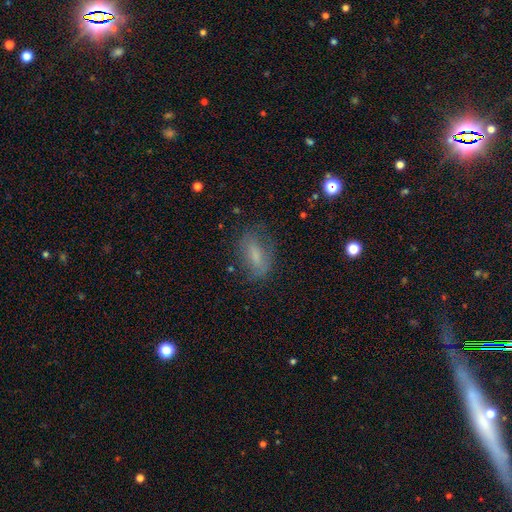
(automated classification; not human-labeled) Overall: smooth (64%; featured or disk 26%). How rounded: in between (78%). Merging: none (69%).